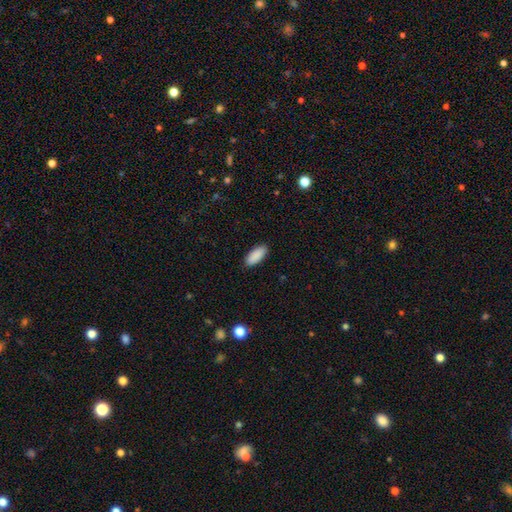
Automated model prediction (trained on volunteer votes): smooth 90%, star or artifact 6%, featured or disk 3%. Down the decision tree: how rounded — in between (85%); merging — none (89%).